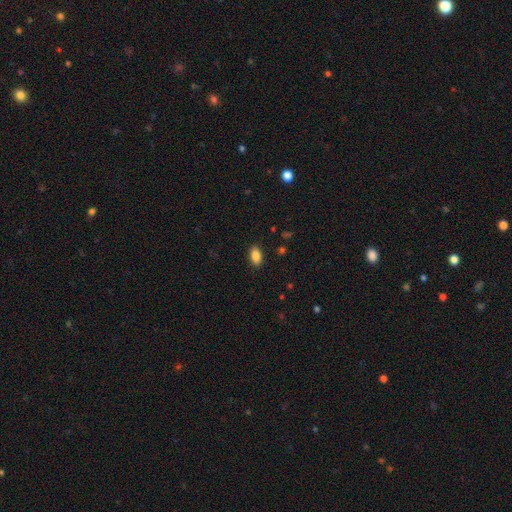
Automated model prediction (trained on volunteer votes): Smooth or featured? Predicted: smooth (p=0.88). How rounded? Predicted: in between (p=0.91). Merging? Predicted: none (p=0.88).